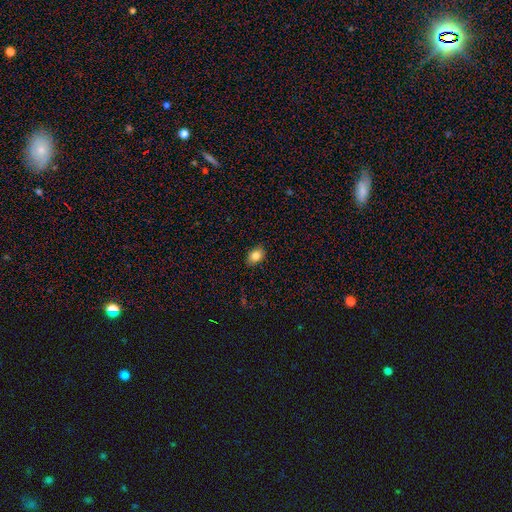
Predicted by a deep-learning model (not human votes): smooth-or-featured: smooth: 83% | star or artifact: 9% | featured or disk: 8%
  how-rounded: in between: 73% | round: 25% | cigar-shaped: 1%
  merging: none: 86% | minor disturbance: 11% | major disturbance: 2% | merger: 1%